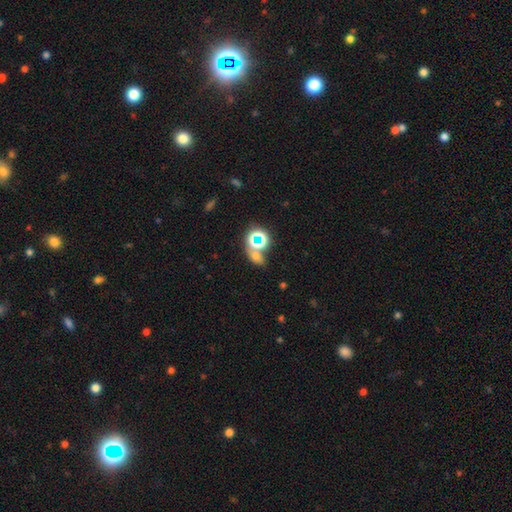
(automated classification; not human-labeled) This is possibly a smooth galaxy (47%). Merging: possibly none (50%).